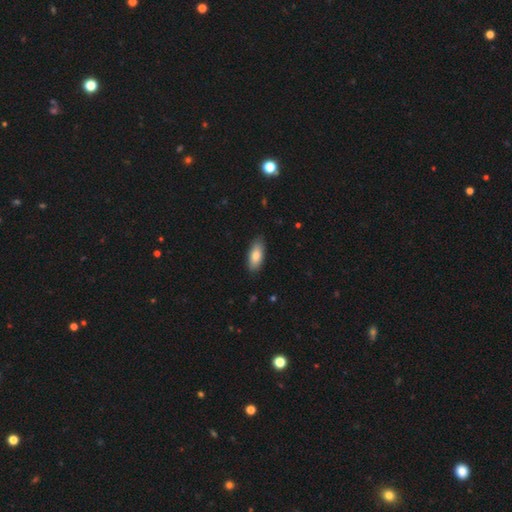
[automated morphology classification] Smooth or featured: smooth — 81% (featured or disk — 13%)
How rounded: in between — 83% (cigar-shaped — 15%)
Merging: none — 86% (minor disturbance — 11%)